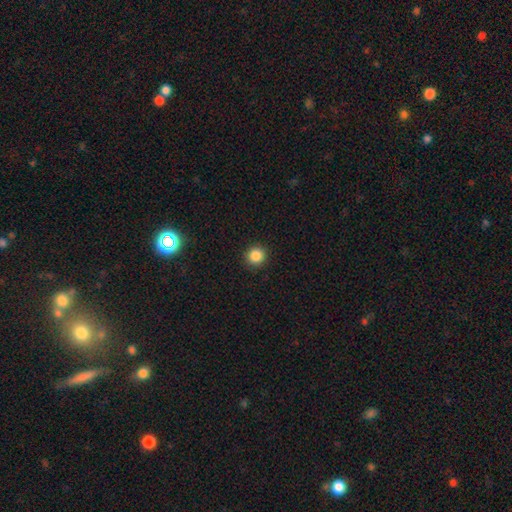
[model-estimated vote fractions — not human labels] This is clearly a smooth galaxy (86%). How rounded: clearly round (93%). Merging: clearly none (92%).